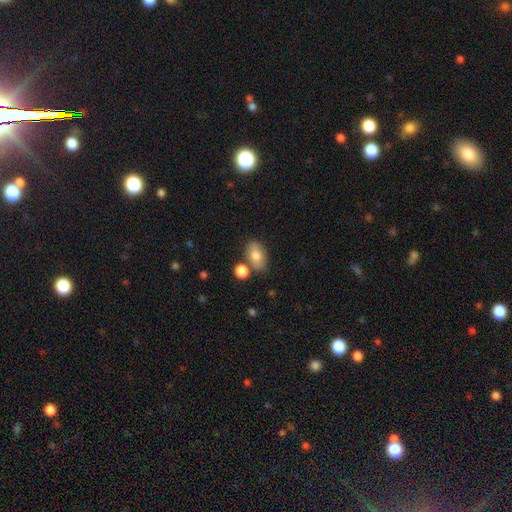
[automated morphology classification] type=smooth (78%); roundness=in between (86%); merging=none (69%).